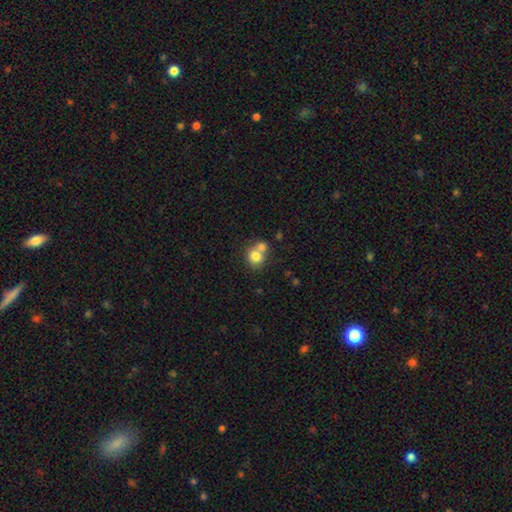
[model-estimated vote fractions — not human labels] smooth_or_featured: smooth (p=0.78) [alt: featured or disk p=0.13]
how_rounded: round (p=0.79) [alt: in between p=0.20]
merging: merger (p=0.51) [alt: none p=0.38]